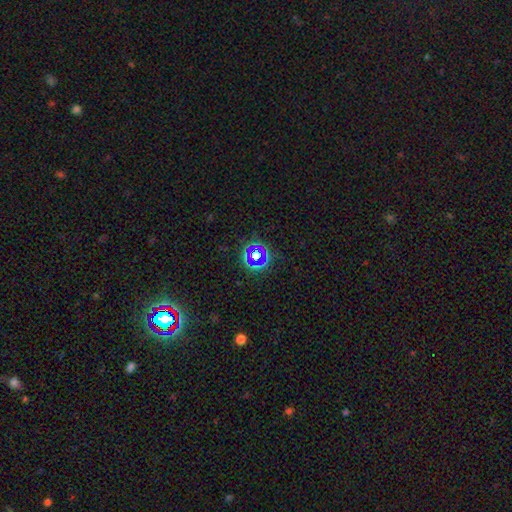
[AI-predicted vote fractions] Smooth or featured? Predicted: star or artifact (p=0.63).